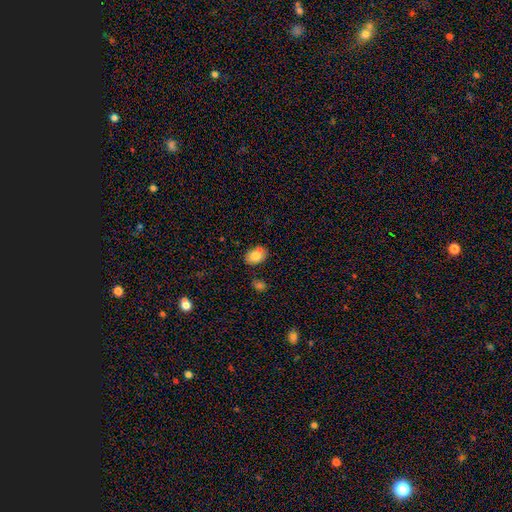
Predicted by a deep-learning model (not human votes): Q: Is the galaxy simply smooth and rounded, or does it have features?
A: smooth — 79%.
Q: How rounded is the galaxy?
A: in between — 74%.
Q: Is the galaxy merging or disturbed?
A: none — 61%.